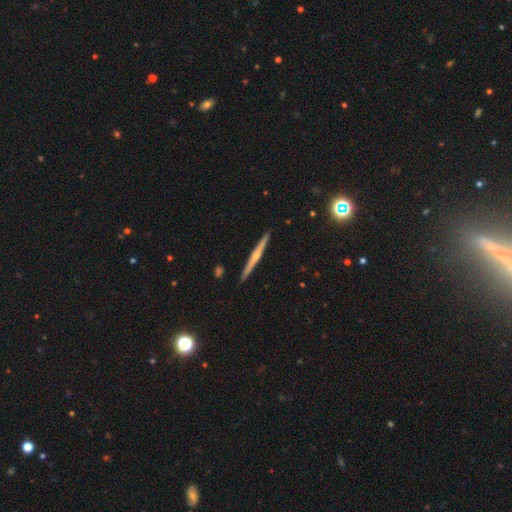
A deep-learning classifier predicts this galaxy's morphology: A featured or disk galaxy (68%) viewed edge-on (98%) with a rounded central bulge (66%).

Vote fractions:
- Smooth or featured? featured or disk: 68% / smooth: 26% / star or artifact: 6%
- Edge-on disk? yes: 98% / no: 2%
- Edge-on bulge? rounded: 66% / none: 29% / boxy: 5%
- Merging? none: 92% / minor disturbance: 5% / major disturbance: 1% / merger: 1%